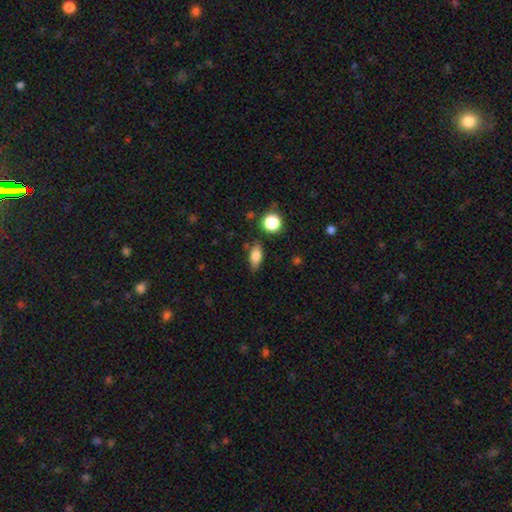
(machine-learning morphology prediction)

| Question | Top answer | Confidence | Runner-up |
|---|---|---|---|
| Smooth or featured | smooth | 78% | featured or disk (13%) |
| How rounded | in between | 78% | cigar-shaped (12%) |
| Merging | none | 76% | minor disturbance (16%) |